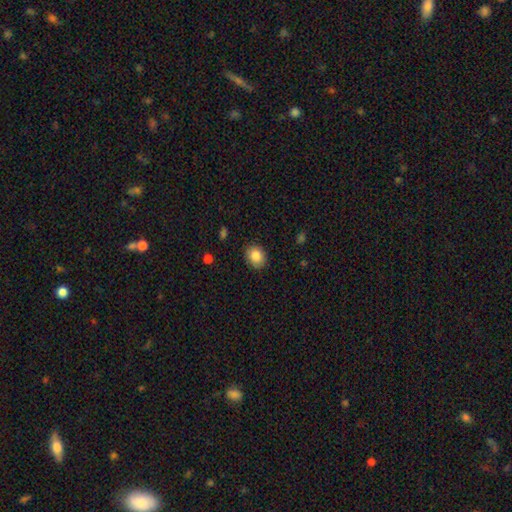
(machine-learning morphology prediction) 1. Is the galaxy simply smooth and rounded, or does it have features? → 85% smooth, 9% star or artifact, 6% featured or disk.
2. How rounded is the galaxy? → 53% round, 46% in between, 1% cigar-shaped.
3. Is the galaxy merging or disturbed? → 87% none, 10% minor disturbance, 2% major disturbance, 1% merger.